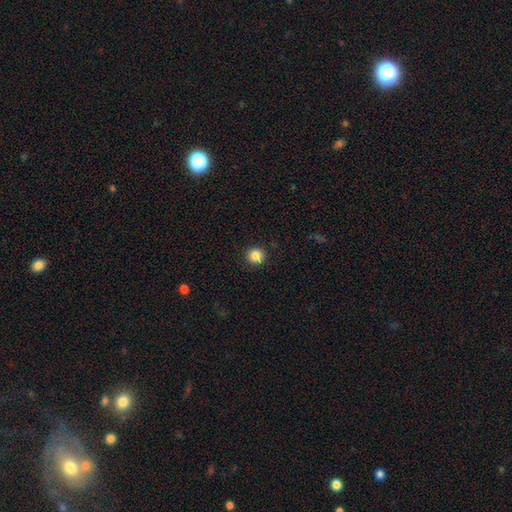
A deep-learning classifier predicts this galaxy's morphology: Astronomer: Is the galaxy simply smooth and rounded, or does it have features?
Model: smooth — 85%.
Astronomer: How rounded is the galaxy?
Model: round — 93%.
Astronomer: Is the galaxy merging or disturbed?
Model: none — 91%.